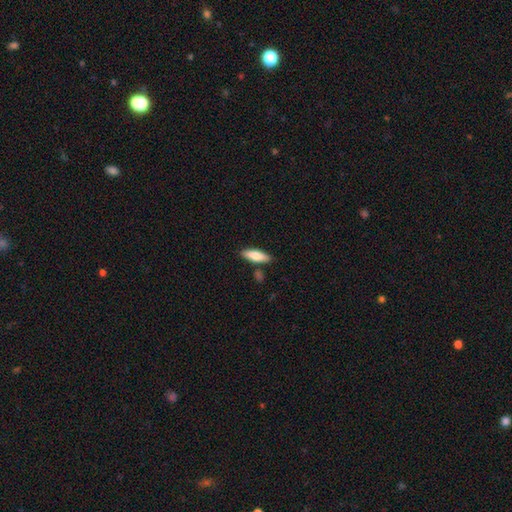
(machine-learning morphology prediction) smooth-or-featured: smooth: 75% | featured or disk: 20% | star or artifact: 6%
  how-rounded: in between: 54% | cigar-shaped: 44% | round: 2%
  merging: none: 82% | minor disturbance: 10% | merger: 5% | major disturbance: 2%